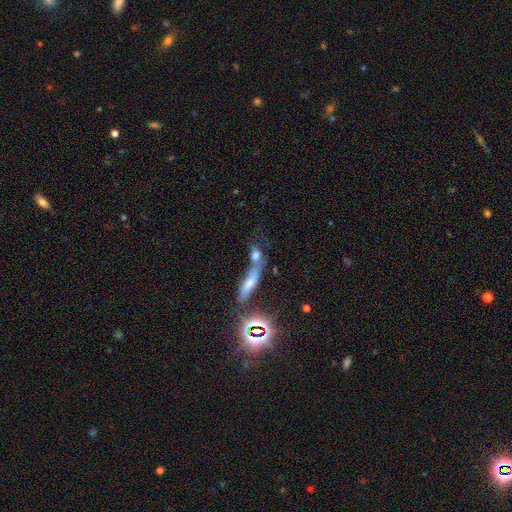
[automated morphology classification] Overall: smooth (63%). How rounded: in between (48%; cigar-shaped 34%). Merging: merger (46%; none 35%).